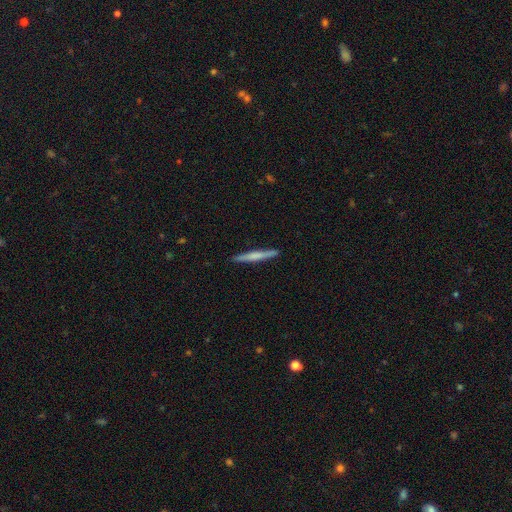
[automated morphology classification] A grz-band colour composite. It shows a smooth galaxy with no disk features (53%) that is cigar-shaped (96%). Merging: none (91%).